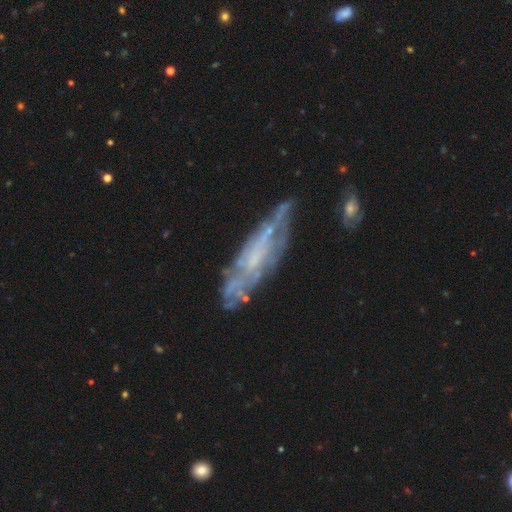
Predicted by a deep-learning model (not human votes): Smooth or featured?
  - featured or disk: 70% *
  - smooth: 21%
  - star or artifact: 9%
Edge-on disk?
  - no: 69% *
  - yes: 31%
Merging?
  - none: 65% *
  - minor disturbance: 21%
  - major disturbance: 10%
  - merger: 4%